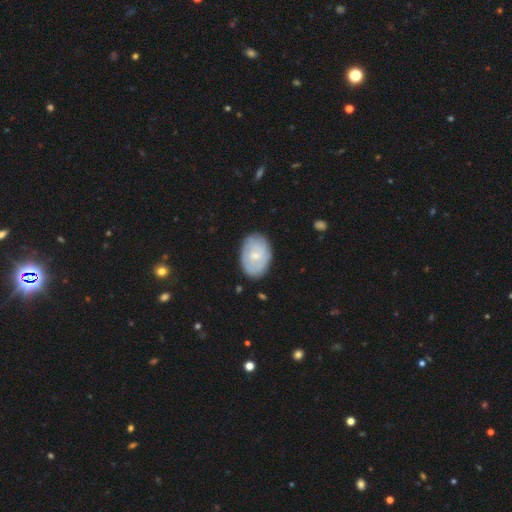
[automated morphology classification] featured or disk 50%, smooth 44%, star or artifact 6%. Down the decision tree: edge-on disk — no (95%); merging — none (79%).